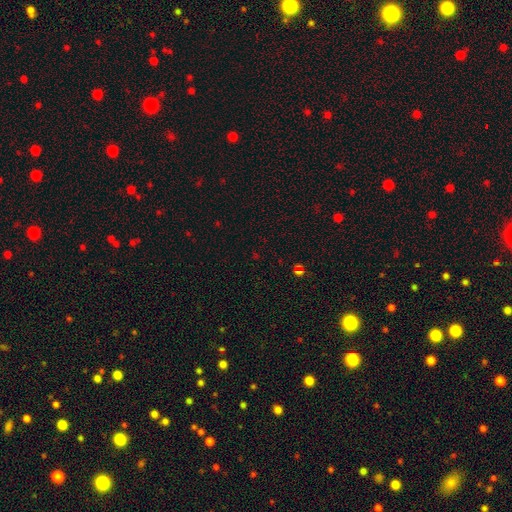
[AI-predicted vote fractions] Smooth or featured?
  - star or artifact: 66% *
  - smooth: 26%
  - featured or disk: 8%